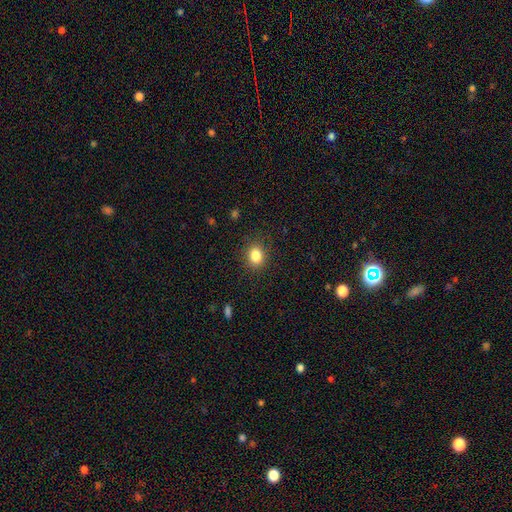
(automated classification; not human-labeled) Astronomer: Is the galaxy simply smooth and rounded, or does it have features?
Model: smooth — 84%.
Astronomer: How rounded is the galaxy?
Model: round — 54% (runner-up: in between, 45%).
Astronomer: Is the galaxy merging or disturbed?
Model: none — 87%.